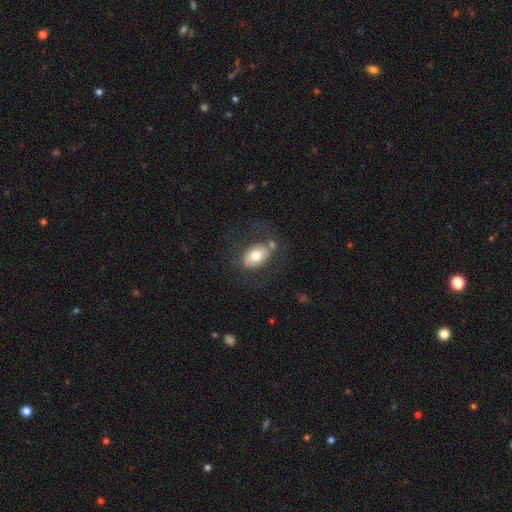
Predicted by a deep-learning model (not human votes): smooth 68%, featured or disk 25%, star or artifact 7%. Down the decision tree: how rounded — in between (80%); merging — none (62%).